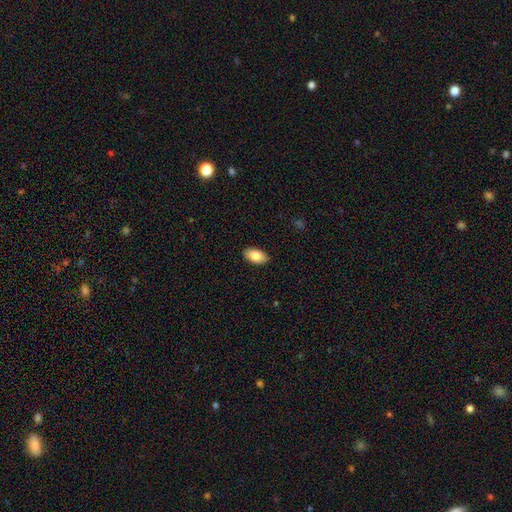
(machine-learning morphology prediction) This appears to be a smooth galaxy with no disk features (83%) that is in between round and cigar-shaped (94%). Merging: none (89%).